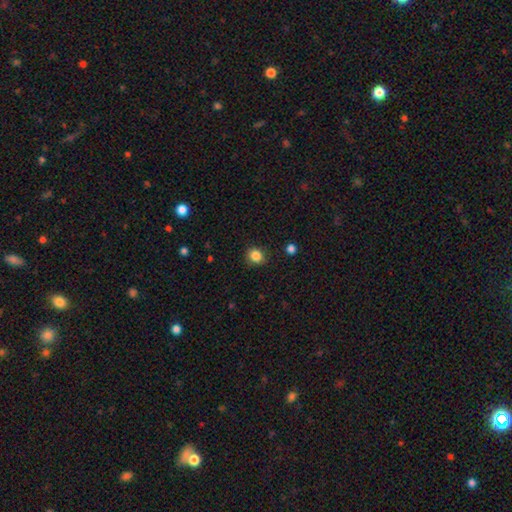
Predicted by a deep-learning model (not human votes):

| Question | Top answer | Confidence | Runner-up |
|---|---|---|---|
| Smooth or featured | smooth | 85% | star or artifact (11%) |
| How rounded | round | 76% | in between (23%) |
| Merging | none | 87% | minor disturbance (10%) |